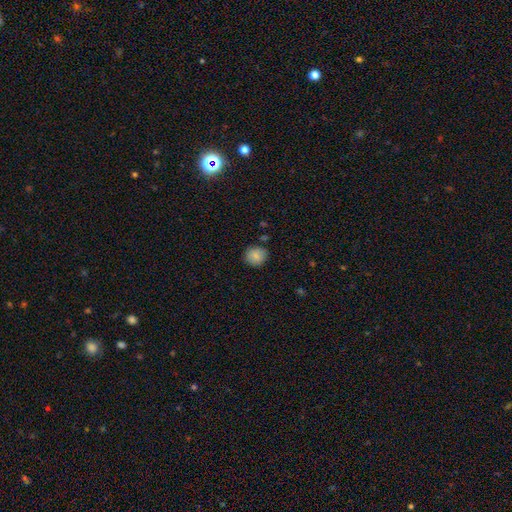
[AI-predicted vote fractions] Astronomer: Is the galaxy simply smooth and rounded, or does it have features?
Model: smooth — 85%.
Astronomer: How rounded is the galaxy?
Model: round — 80%.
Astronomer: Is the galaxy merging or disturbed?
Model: none — 84%.